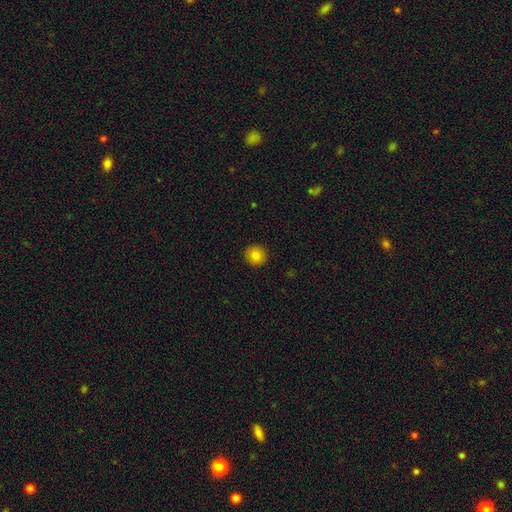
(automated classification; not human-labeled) A smooth galaxy with no disk features (82%) that is round (93%). Merging: none (93%).